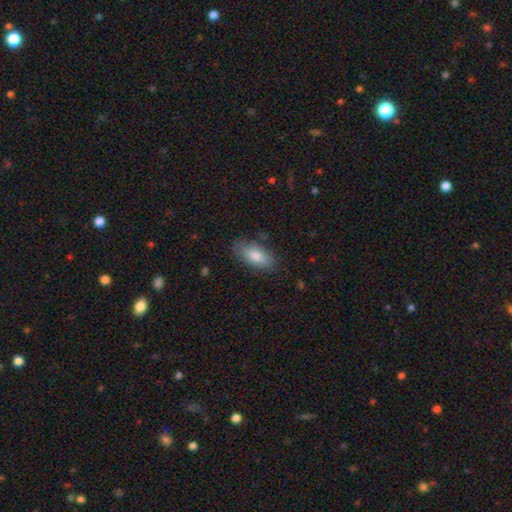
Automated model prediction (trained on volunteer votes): smooth-or-featured: smooth: 81% | featured or disk: 12% | star or artifact: 7%
  how-rounded: in between: 89% | cigar-shaped: 8% | round: 3%
  merging: none: 81% | minor disturbance: 14% | major disturbance: 3% | merger: 1%